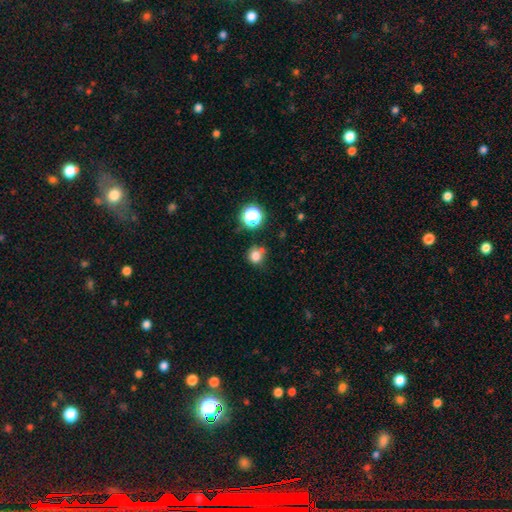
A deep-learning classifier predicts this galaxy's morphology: Smooth or featured? Predicted: smooth (p=0.78). How rounded? Predicted: round (p=0.84). Merging? Predicted: none (p=0.65).